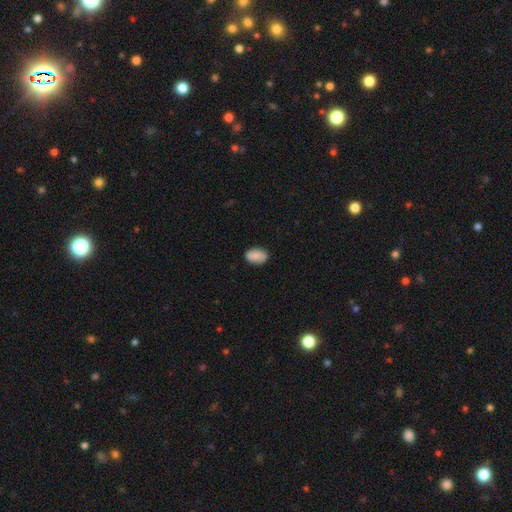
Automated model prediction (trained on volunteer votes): Smooth or featured? smooth (80%)
How rounded? in between (87%)
Merging? none (80%)